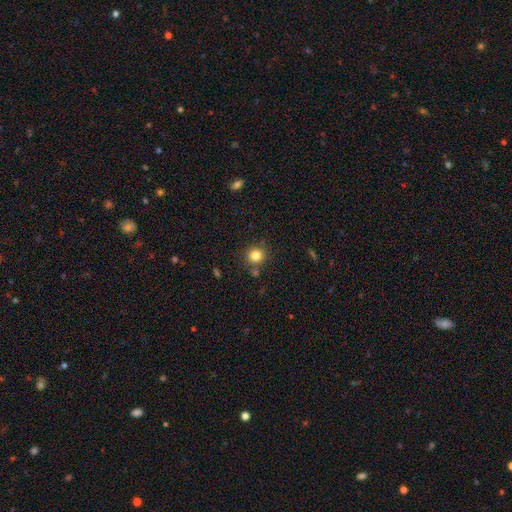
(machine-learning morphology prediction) Overall: smooth (82%). How rounded: round (89%). Merging: none (80%).